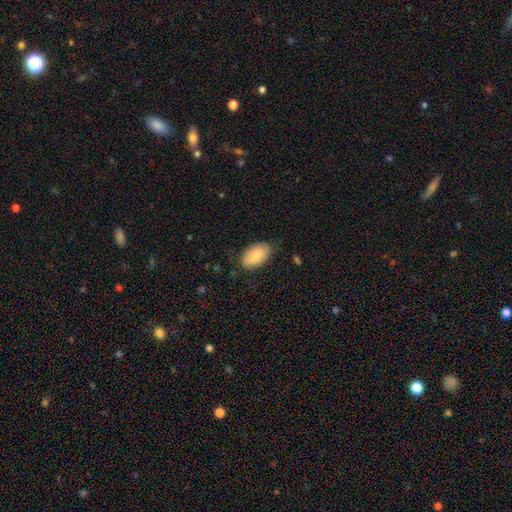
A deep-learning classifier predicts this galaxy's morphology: type=smooth (80%); roundness=in between (94%); merging=none (79%).